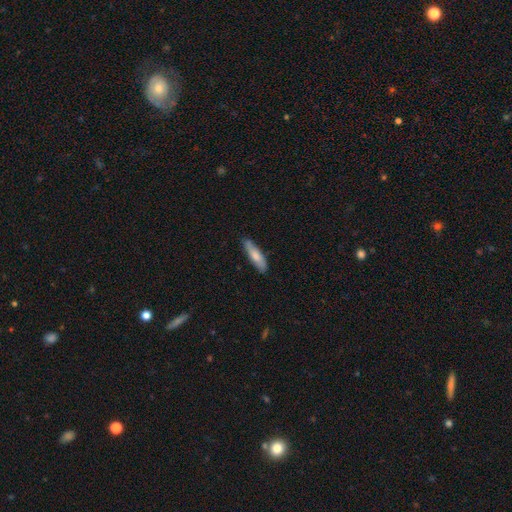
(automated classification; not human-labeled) smooth 72%, featured or disk 22%, star or artifact 5%. Down the decision tree: how rounded — cigar-shaped (67%); merging — none (80%).